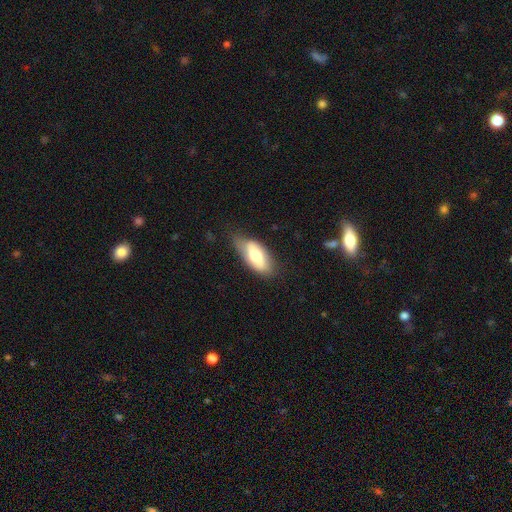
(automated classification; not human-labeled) Smooth or featured? Predicted: smooth (p=0.62). How rounded? Predicted: in between (p=0.86). Merging? Predicted: none (p=0.57).